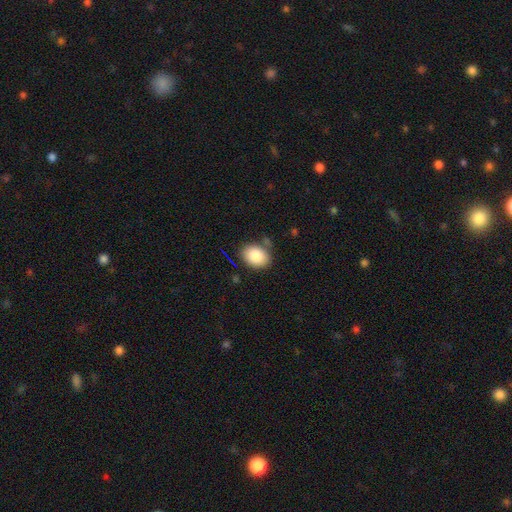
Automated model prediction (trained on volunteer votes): smooth 86%, star or artifact 8%, featured or disk 6%. Down the decision tree: how rounded — in between (66%); merging — none (77%).